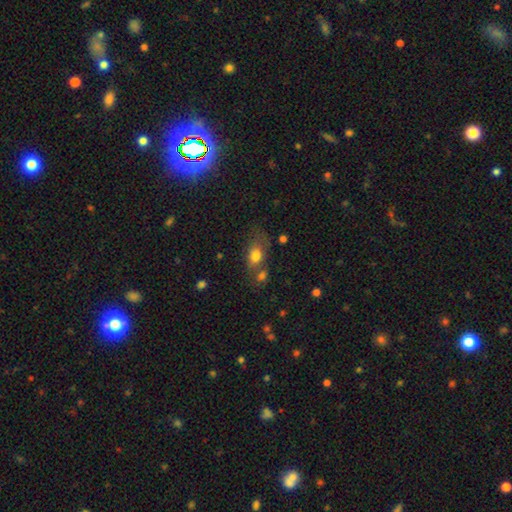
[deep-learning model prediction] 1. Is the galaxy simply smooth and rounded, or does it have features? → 77% smooth, 13% featured or disk, 10% star or artifact.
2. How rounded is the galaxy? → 75% in between, 21% round, 4% cigar-shaped.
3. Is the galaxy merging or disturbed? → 45% none, 24% merger, 20% minor disturbance, 11% major disturbance.